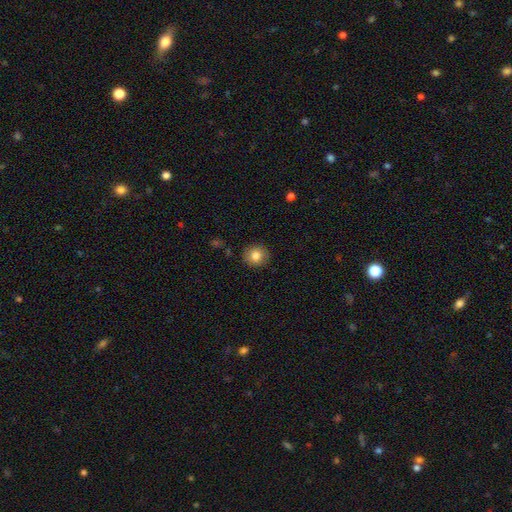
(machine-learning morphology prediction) Q: Smooth or featured?
A: smooth (82%); runner-up: star or artifact (10%)
Q: How rounded?
A: round (90%); runner-up: in between (9%)
Q: Merging?
A: none (90%); runner-up: minor disturbance (7%)